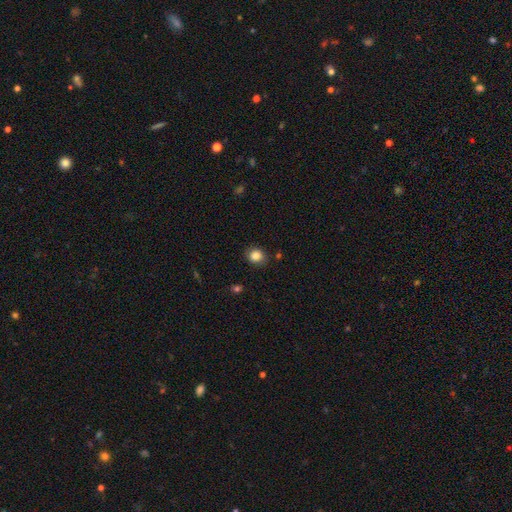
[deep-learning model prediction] The model was most divided on "how rounded": round: 69%, in between: 30%, cigar-shaped: 1%. More confident: smooth or featured — smooth (85%); merging — none (83%).